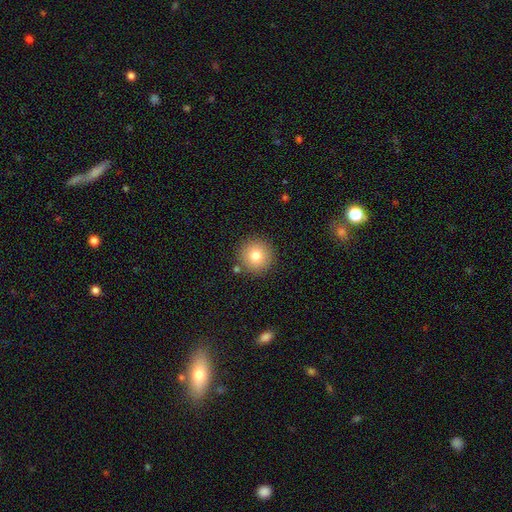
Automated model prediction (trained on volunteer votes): smooth-or-featured: smooth: 79% | star or artifact: 11% | featured or disk: 10%
  how-rounded: round: 95% | in between: 4% | cigar-shaped: 1%
  merging: none: 87% | minor disturbance: 7% | merger: 3% | major disturbance: 2%